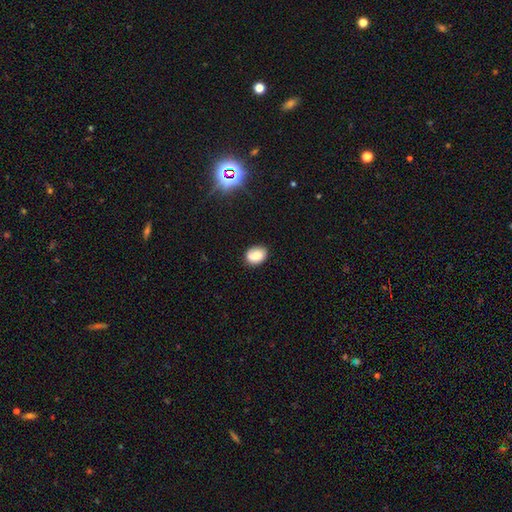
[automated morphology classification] This is clearly a smooth galaxy (81%). How rounded: likely in between (60%). Merging: likely none (78%).